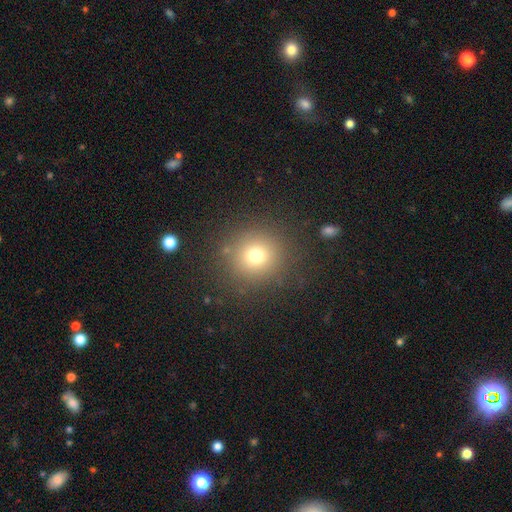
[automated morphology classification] Smooth or featured: smooth — 73% (star or artifact — 17%)
How rounded: round — 92% (in between — 7%)
Merging: none — 86% (minor disturbance — 8%)